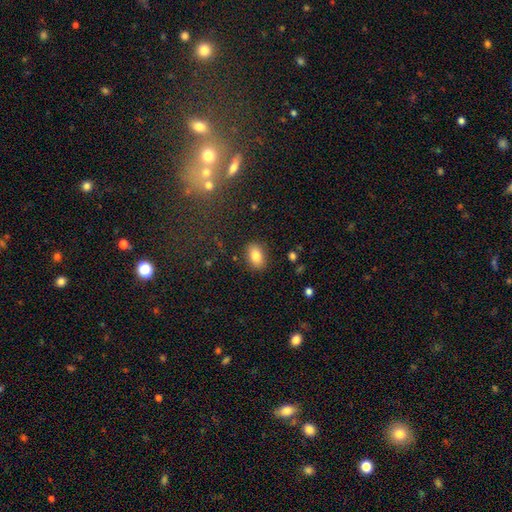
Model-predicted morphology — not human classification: Smooth or featured: smooth — 84% (star or artifact — 9%)
How rounded: in between — 87% (round — 12%)
Merging: none — 86% (minor disturbance — 10%)